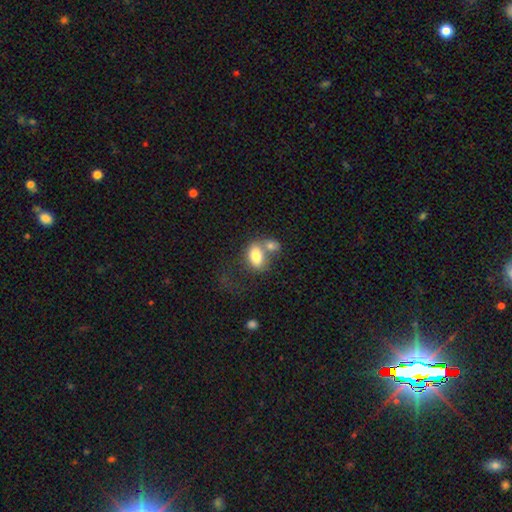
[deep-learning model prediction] A smooth galaxy with no disk features (76%) that is in between round and cigar-shaped (84%).

Vote fractions:
- Smooth or featured? smooth: 76% / featured or disk: 16% / star or artifact: 8%
- How rounded? in between: 84% / round: 14% / cigar-shaped: 2%
- Merging? merger: 52% / none: 28% / minor disturbance: 11% / major disturbance: 9%